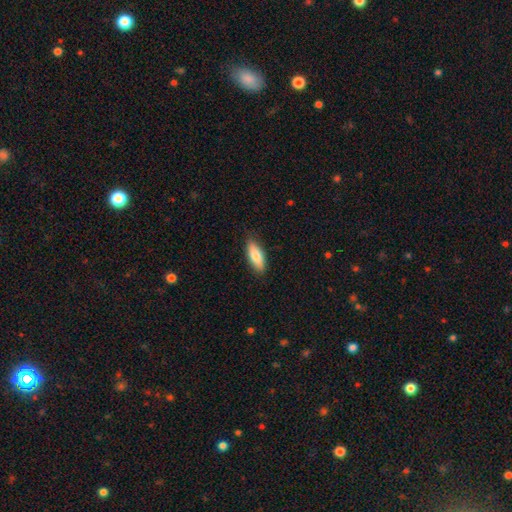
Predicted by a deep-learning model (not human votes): The model was most divided on "how rounded": in between: 74%, cigar-shaped: 24%, round: 2%. More confident: merging — none (84%); smooth or featured — smooth (80%).